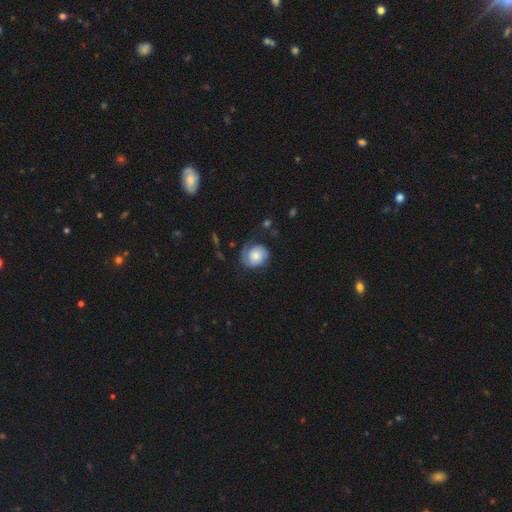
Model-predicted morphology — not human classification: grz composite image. It shows a smooth galaxy with no disk features (50%) that is round (66%). Merging: none (56%).